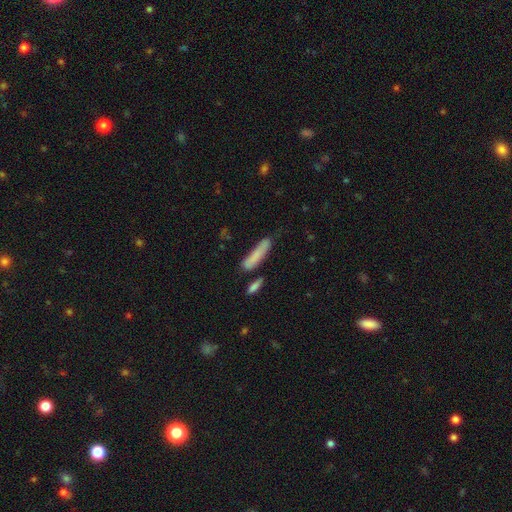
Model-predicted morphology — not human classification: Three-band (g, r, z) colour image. It shows a smooth galaxy with no disk features (76%) that is cigar-shaped (81%). Merging: none (64%).